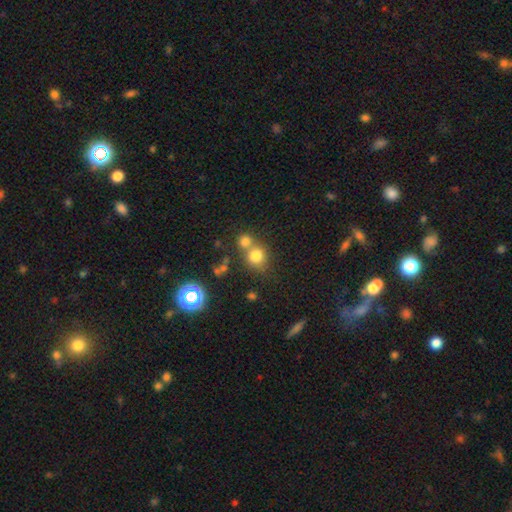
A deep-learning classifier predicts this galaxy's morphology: Overall: smooth (76%). How rounded: round (80%). Merging: none (47%; merger 42%).